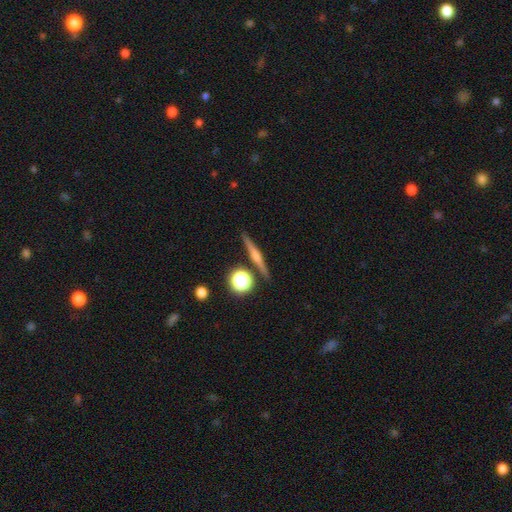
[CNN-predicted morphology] This is likely a featured or disk galaxy (68%). It is clearly viewed edge-on (97%). Edge-on bulge: clearly rounded (80%). Merging: clearly none (88%).